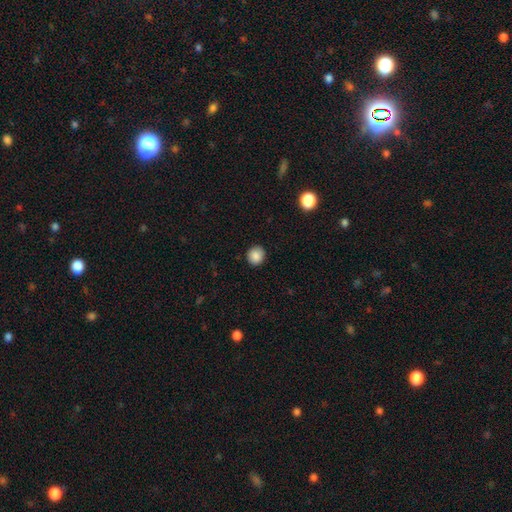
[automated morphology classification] A smooth galaxy with no disk features (87%) that is round (85%).

Vote fractions:
- Smooth or featured? smooth: 87% / star or artifact: 9% / featured or disk: 4%
- How rounded? round: 85% / in between: 14% / cigar-shaped: 1%
- Merging? none: 90% / minor disturbance: 7% / major disturbance: 2% / merger: 1%